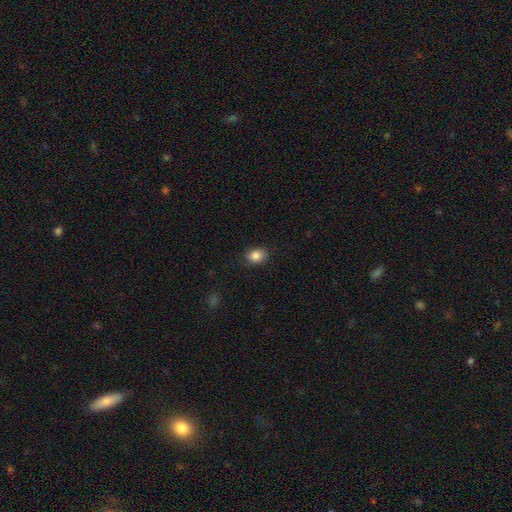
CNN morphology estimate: The model was most divided on "how rounded": in between: 53%, round: 46%, cigar-shaped: 1%. More confident: smooth or featured — smooth (85%); merging — none (84%).